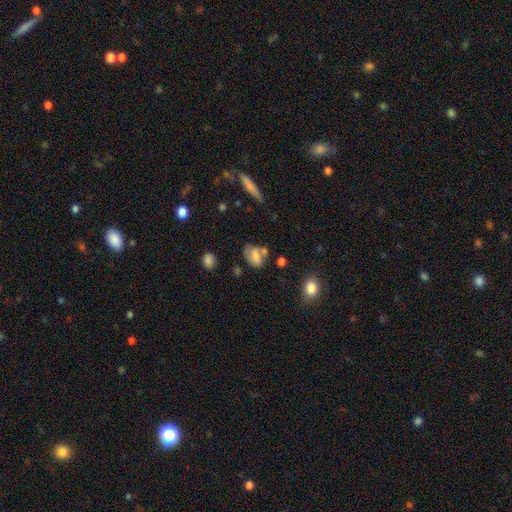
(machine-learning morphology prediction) smooth_or_featured: smooth (p=0.64) [alt: featured or disk p=0.26]
how_rounded: in between (p=0.82) [alt: round p=0.16]
merging: none (p=0.46) [alt: minor disturbance p=0.26]